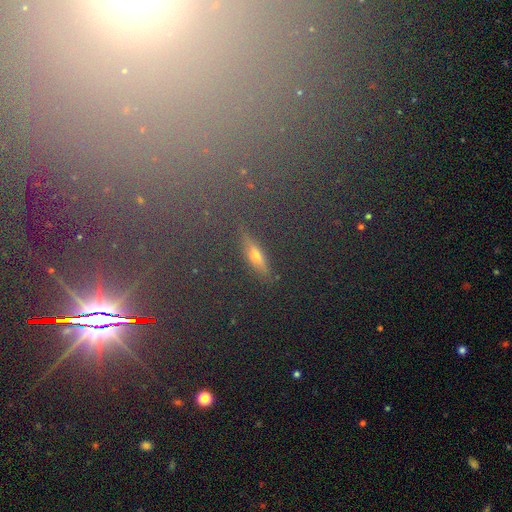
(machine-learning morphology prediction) Smooth or featured: featured or disk — 41% (smooth — 34%)
Merging: none — 86% (minor disturbance — 8%)